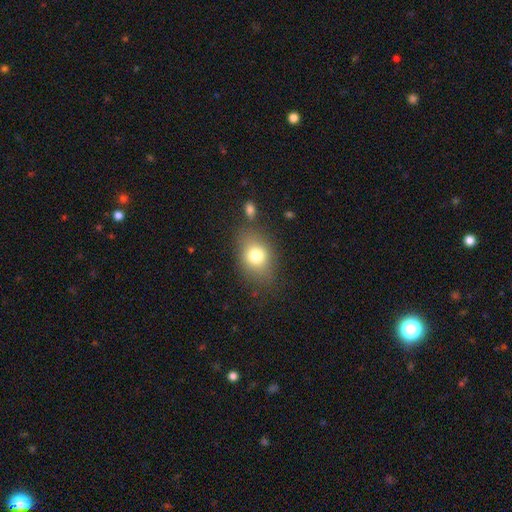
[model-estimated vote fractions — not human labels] The model was most divided on "how rounded": in between: 63%, round: 35%, cigar-shaped: 1%. More confident: smooth or featured — smooth (76%); merging — none (73%).